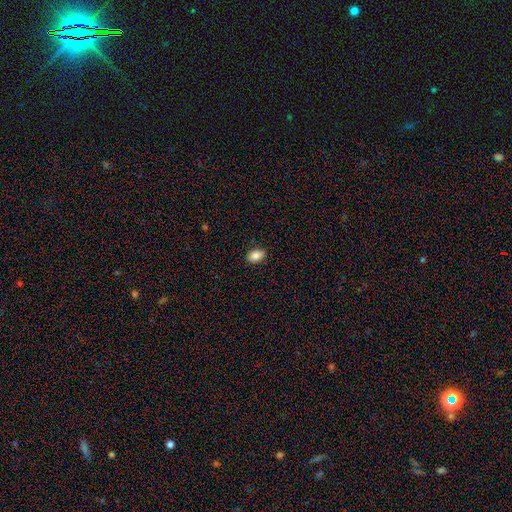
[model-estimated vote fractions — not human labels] A smooth galaxy with no disk features (85%) that is in between round and cigar-shaped (87%).

Vote fractions:
- Smooth or featured? smooth: 85% / star or artifact: 8% / featured or disk: 7%
- How rounded? in between: 87% / round: 12% / cigar-shaped: 1%
- Merging? none: 88% / minor disturbance: 10% / major disturbance: 2% / merger: 1%